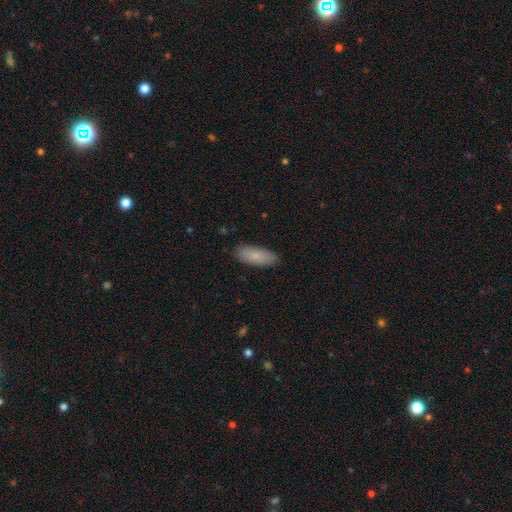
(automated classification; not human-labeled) This is clearly a smooth galaxy (84%). How rounded: likely in between (74%). Merging: clearly none (87%).